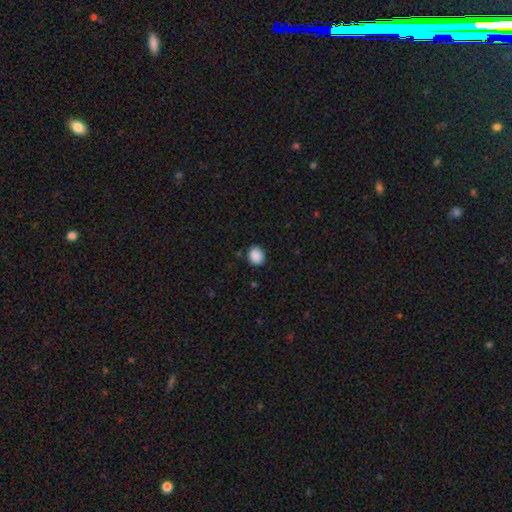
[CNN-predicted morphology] A smooth galaxy with no disk features (89%) that is round (63%). Merging: none (86%).